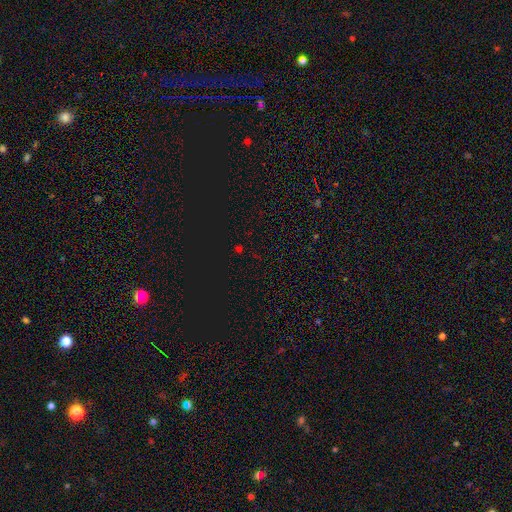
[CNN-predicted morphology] A star or artifact, not a galaxy (70%).